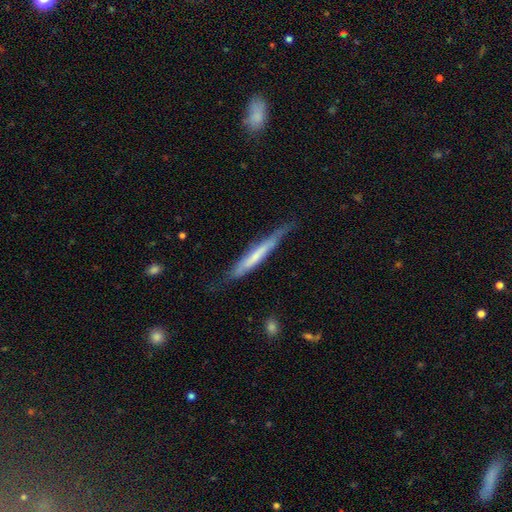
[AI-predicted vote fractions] This is possibly a featured or disk galaxy (51%). It is clearly viewed edge-on (86%). Merging: likely none (64%).